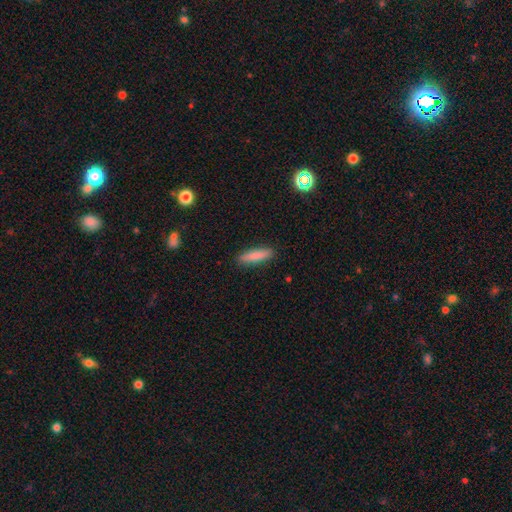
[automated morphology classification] The model was most divided on "how rounded": cigar-shaped: 74%, in between: 24%, round: 2%. More confident: merging — none (90%); smooth or featured — smooth (84%).